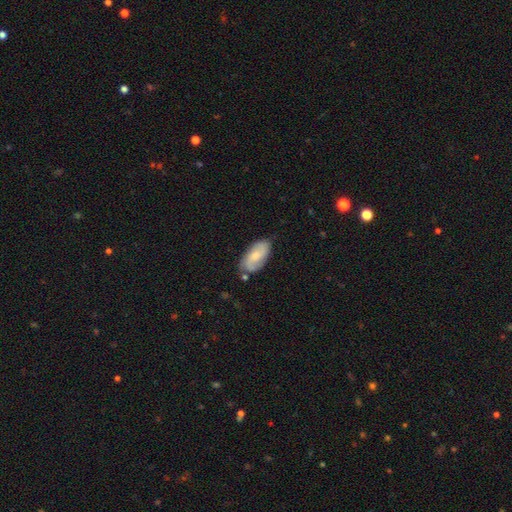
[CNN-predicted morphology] Q: Smooth or featured?
A: featured or disk (49%); runner-up: smooth (45%)
Q: Merging?
A: none (69%); runner-up: minor disturbance (22%)